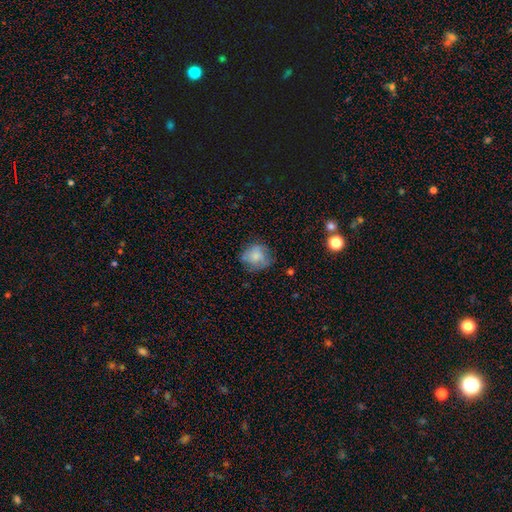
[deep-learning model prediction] A smooth galaxy with no disk features (71%) that is round (81%). Merging: none (67%).